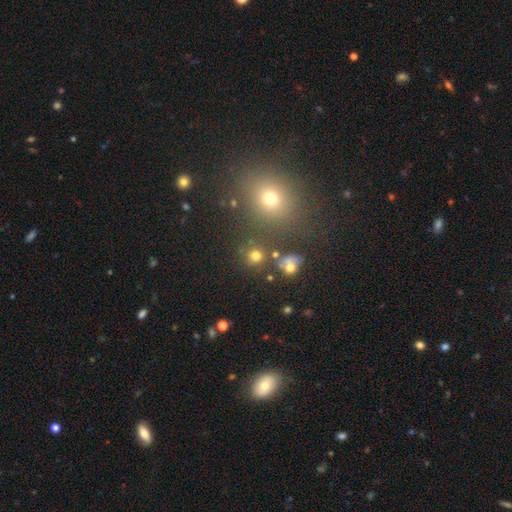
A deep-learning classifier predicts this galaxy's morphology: Smooth or featured: smooth — 73% (star or artifact — 20%)
How rounded: round — 89% (in between — 10%)
Merging: none — 80% (merger — 8%)